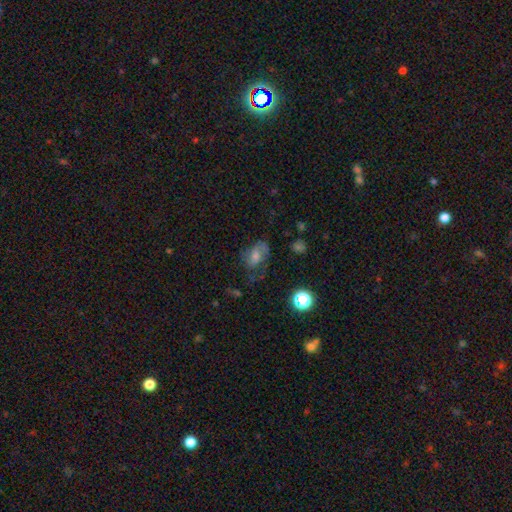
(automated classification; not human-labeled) Smooth or featured? smooth (48%)
Merging? none (46%)